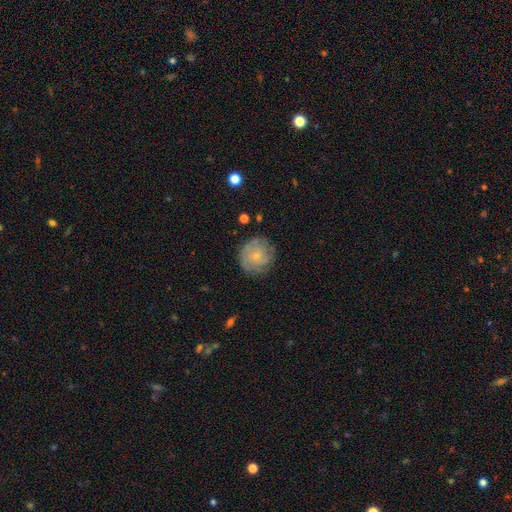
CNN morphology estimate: Smooth or featured: featured or disk — 51% (smooth — 41%)
Edge-on disk: no — 98% (yes — 2%)
Merging: none — 78% (minor disturbance — 16%)